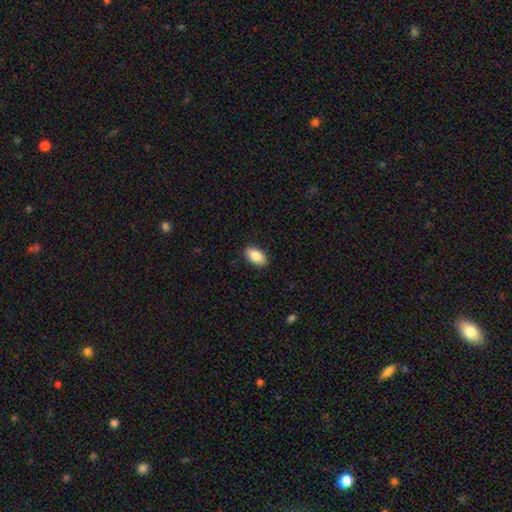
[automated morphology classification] Q: Smooth or featured?
A: smooth (82%); runner-up: featured or disk (11%)
Q: How rounded?
A: in between (92%); runner-up: round (5%)
Q: Merging?
A: none (89%); runner-up: minor disturbance (8%)